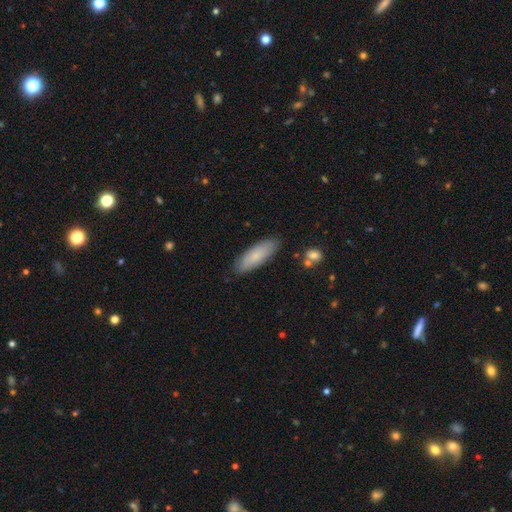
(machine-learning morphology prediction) Smooth or featured: smooth — 78% (featured or disk — 15%)
How rounded: in between — 54% (cigar-shaped — 44%)
Merging: none — 85% (minor disturbance — 11%)